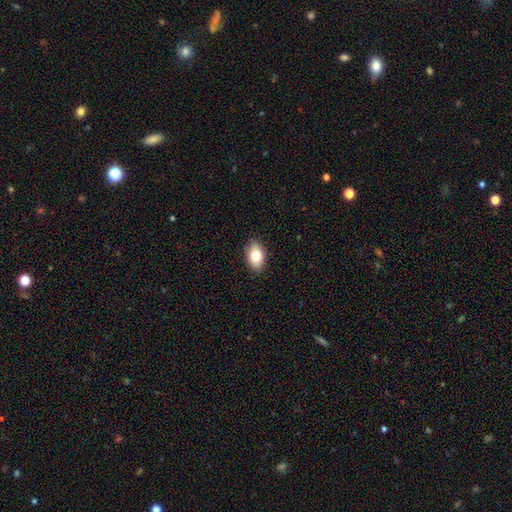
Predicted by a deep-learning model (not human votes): A smooth galaxy with no disk features (78%) that is in between round and cigar-shaped (87%).

Vote fractions:
- Smooth or featured? smooth: 78% / featured or disk: 14% / star or artifact: 8%
- How rounded? in between: 87% / round: 11% / cigar-shaped: 2%
- Merging? none: 88% / minor disturbance: 9% / major disturbance: 2% / merger: 1%